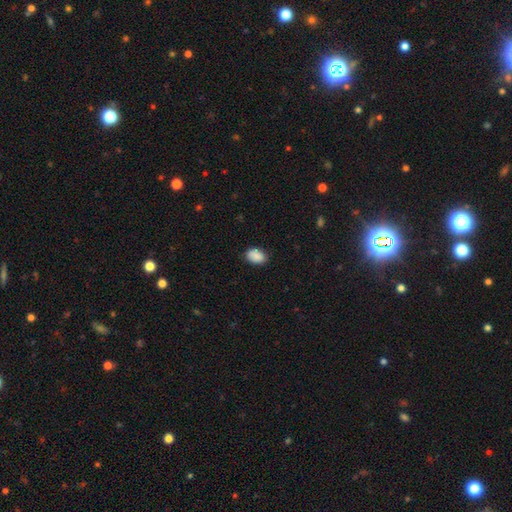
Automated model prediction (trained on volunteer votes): The model was most divided on "how rounded": in between: 80%, round: 19%, cigar-shaped: 1%. More confident: smooth or featured — smooth (87%); merging — none (80%).